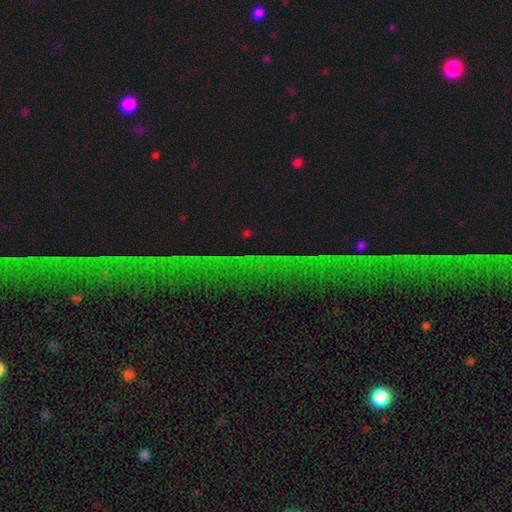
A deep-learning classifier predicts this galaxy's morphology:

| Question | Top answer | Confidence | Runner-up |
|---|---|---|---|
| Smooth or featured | star or artifact | 81% | featured or disk (12%) |